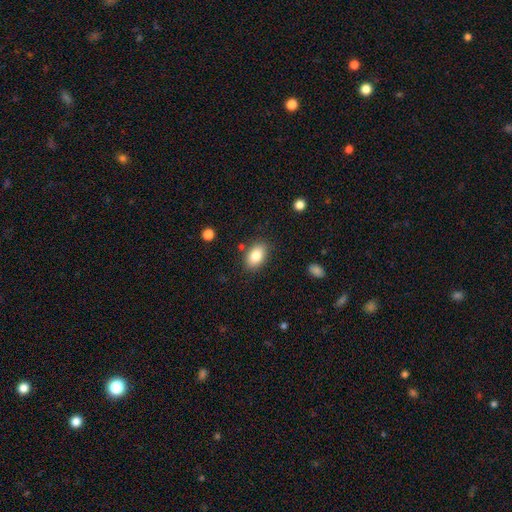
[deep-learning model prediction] This appears to be a smooth galaxy with no disk features (84%) that is in between round and cigar-shaped (88%). Merging: none (83%).